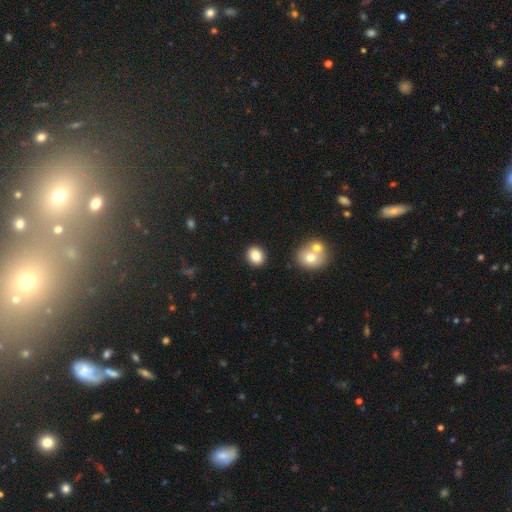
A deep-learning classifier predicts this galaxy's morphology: A smooth galaxy with no disk features (84%) that is round (67%). Merging: none (89%).